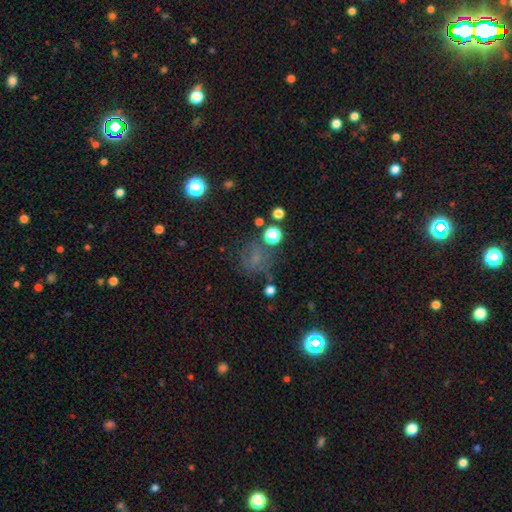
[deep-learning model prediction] Q: Smooth or featured?
A: smooth (49%); runner-up: star or artifact (31%)
Q: Merging?
A: none (61%); runner-up: minor disturbance (19%)